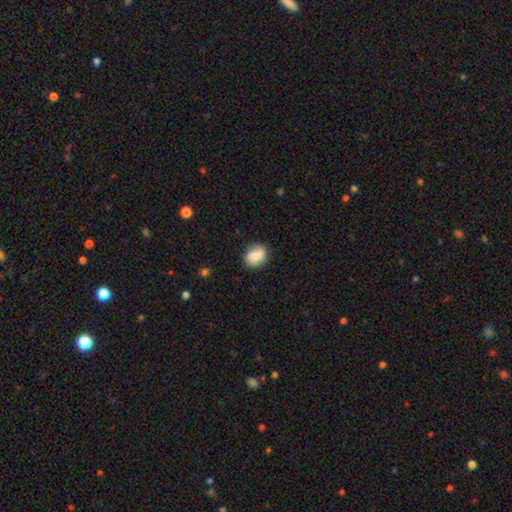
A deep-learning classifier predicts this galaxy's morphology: This appears to be a smooth galaxy with no disk features (76%) that is round (51%). Merging: none (77%).